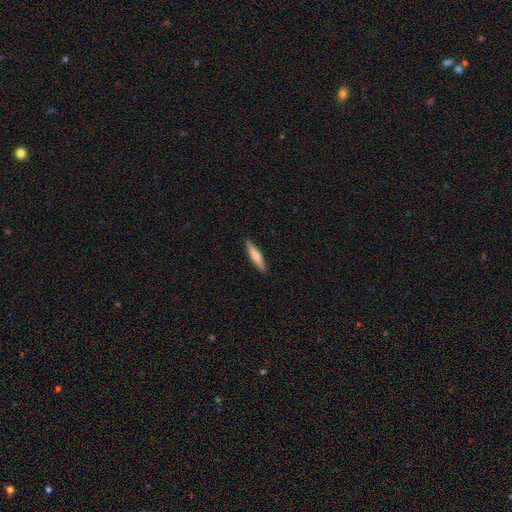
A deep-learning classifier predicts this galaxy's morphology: The model was most divided on "smooth or featured": smooth: 62%, featured or disk: 32%, star or artifact: 5%. More confident: merging — none (91%); how rounded — cigar-shaped (88%).